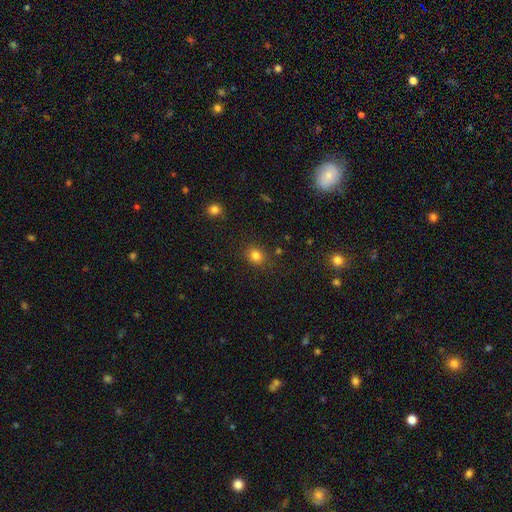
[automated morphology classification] The model was most divided on "how rounded": round: 70%, in between: 29%, cigar-shaped: 1%. More confident: merging — none (83%); smooth or featured — smooth (82%).